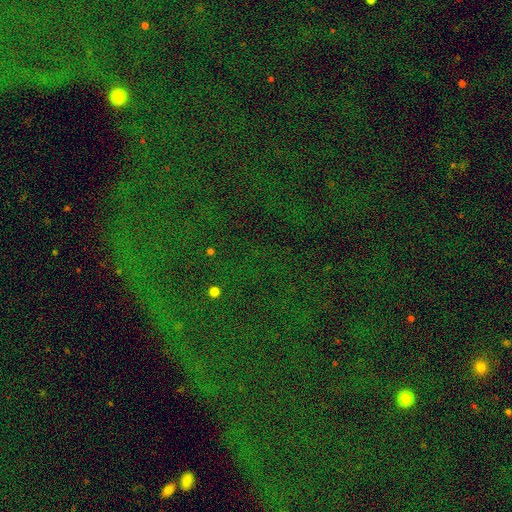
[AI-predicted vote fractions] star or artifact 82%, smooth 9%, featured or disk 9%.